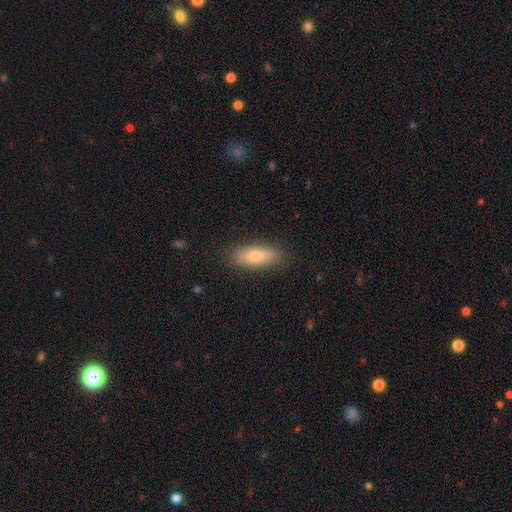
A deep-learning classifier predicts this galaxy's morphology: A smooth galaxy with no disk features (73%) that is in between round and cigar-shaped (60%).

Vote fractions:
- Smooth or featured? smooth: 73% / featured or disk: 20% / star or artifact: 7%
- How rounded? in between: 60% / cigar-shaped: 37% / round: 3%
- Merging? none: 87% / minor disturbance: 10% / major disturbance: 2% / merger: 1%